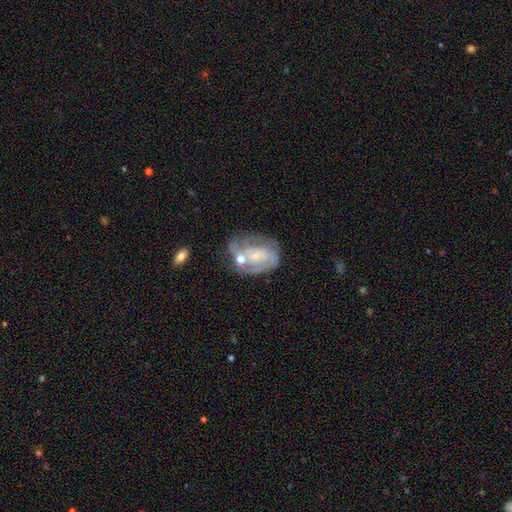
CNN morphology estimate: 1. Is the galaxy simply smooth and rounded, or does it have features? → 72% featured or disk, 20% smooth, 9% star or artifact.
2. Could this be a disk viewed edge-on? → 97% no, 3% yes.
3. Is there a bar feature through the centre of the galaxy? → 60% no, 32% weak, 8% strong.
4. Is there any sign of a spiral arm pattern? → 80% yes, 20% no.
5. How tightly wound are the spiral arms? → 44% tight, 39% medium, 17% loose.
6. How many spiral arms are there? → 36% can't tell, 33% 2, 15% 3, 8% 1, 4% 4, 3% more than 4.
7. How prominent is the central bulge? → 64% small, 23% moderate, 9% none, 2% large, 1% dominant.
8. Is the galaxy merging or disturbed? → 42% none, 22% minor disturbance, 19% major disturbance, 17% merger.